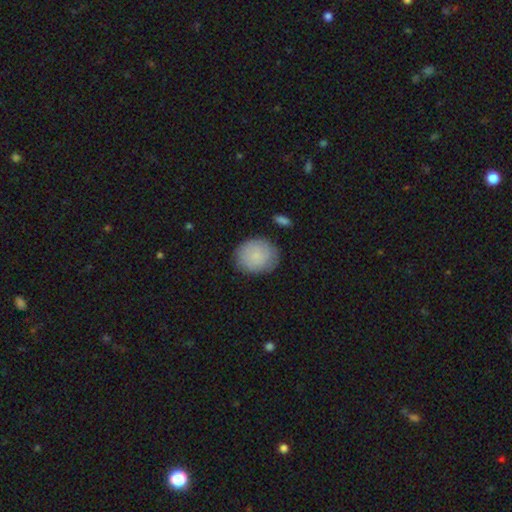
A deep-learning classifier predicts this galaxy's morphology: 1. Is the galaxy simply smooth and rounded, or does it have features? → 81% smooth, 13% featured or disk, 7% star or artifact.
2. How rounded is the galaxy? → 68% round, 31% in between, 1% cigar-shaped.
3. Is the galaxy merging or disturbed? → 80% none, 14% minor disturbance, 4% major disturbance, 2% merger.